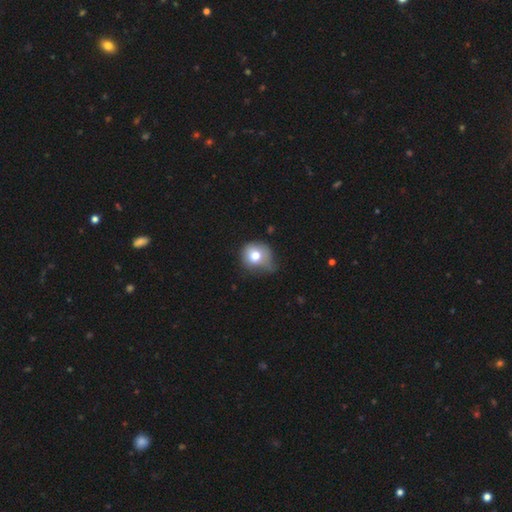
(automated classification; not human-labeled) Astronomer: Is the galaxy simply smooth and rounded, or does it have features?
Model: smooth — 74%.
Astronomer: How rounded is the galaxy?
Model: round — 82%.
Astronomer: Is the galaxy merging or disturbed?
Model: minor disturbance — 41% (runner-up: none, 37%).